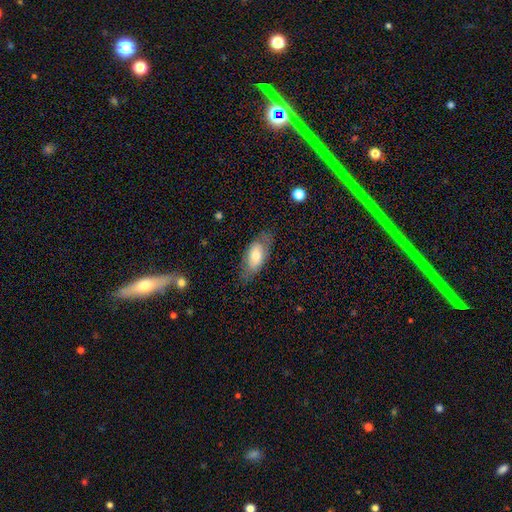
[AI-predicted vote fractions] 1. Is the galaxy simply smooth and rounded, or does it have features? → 63% smooth, 30% featured or disk, 7% star or artifact.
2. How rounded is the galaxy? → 89% in between, 7% cigar-shaped, 4% round.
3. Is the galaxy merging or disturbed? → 69% none, 21% minor disturbance, 8% major disturbance, 1% merger.